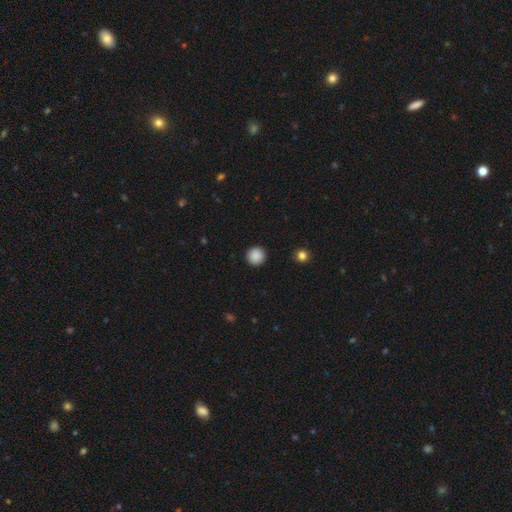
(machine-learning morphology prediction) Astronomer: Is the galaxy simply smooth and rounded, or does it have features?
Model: smooth — 88%.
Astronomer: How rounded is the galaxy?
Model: round — 96%.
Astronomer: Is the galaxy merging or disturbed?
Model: none — 93%.